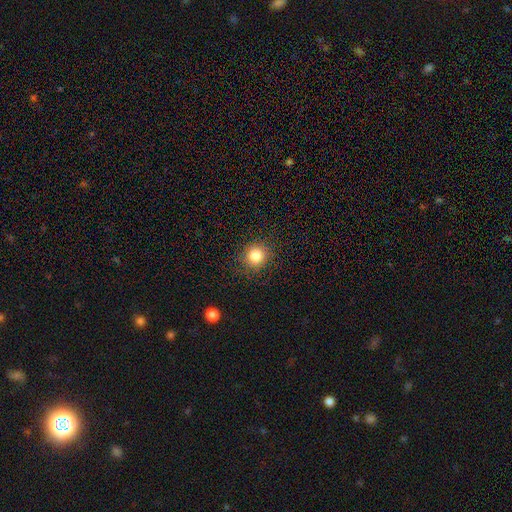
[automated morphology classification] Smooth or featured? smooth (83%)
How rounded? round (87%)
Merging? none (87%)